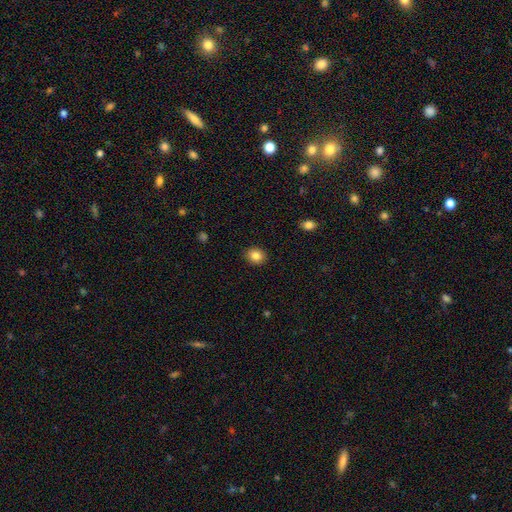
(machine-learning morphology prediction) smooth_or_featured: smooth (p=0.84) [alt: star or artifact p=0.10]
how_rounded: round (p=0.65) [alt: in between p=0.35]
merging: none (p=0.90) [alt: minor disturbance p=0.08]